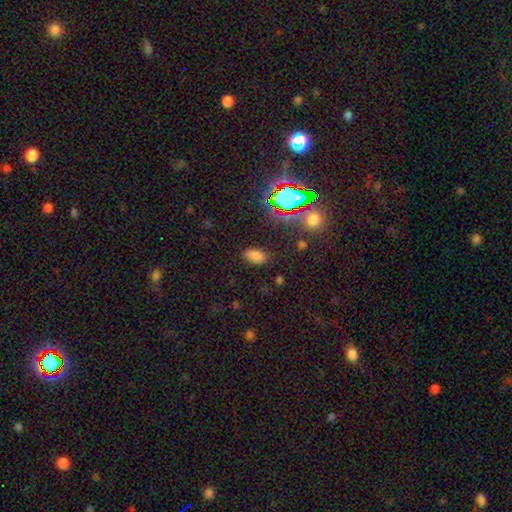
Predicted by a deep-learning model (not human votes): The model was most divided on "smooth or featured": smooth: 75%, star or artifact: 19%, featured or disk: 5%. More confident: how rounded — in between (92%); merging — none (83%).